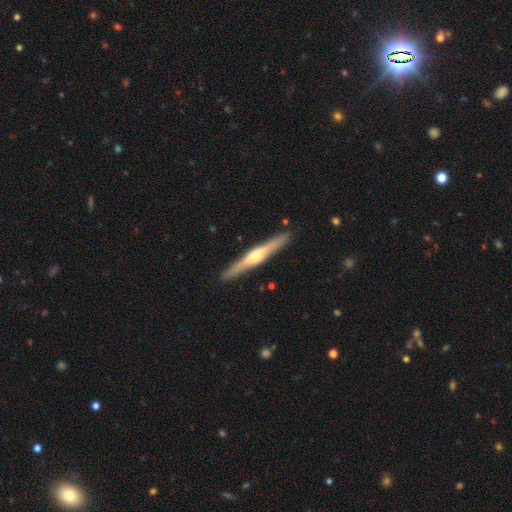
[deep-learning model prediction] featured or disk 70%, smooth 25%, star or artifact 5%. Down the decision tree: edge-on disk — yes (97%); edge-on bulge — rounded (87%); merging — none (90%).